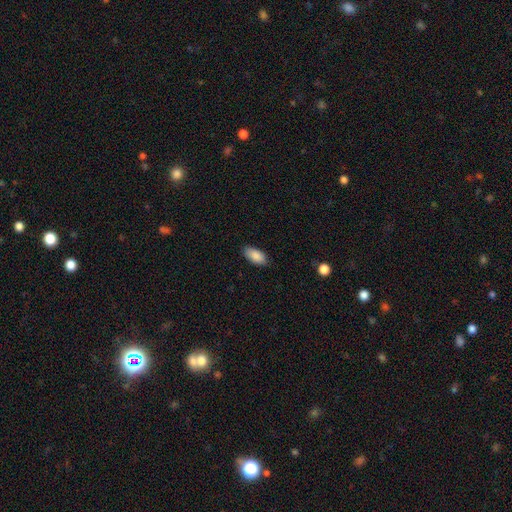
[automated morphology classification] smooth_or_featured: smooth (p=0.89) [alt: star or artifact p=0.06]
how_rounded: in between (p=0.93) [alt: cigar-shaped p=0.05]
merging: none (p=0.86) [alt: minor disturbance p=0.11]